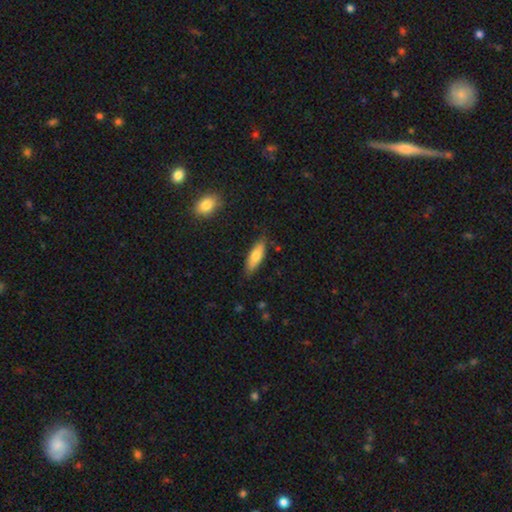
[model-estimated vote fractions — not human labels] Smooth or featured? smooth (73%)
How rounded? in between (56%)
Merging? none (82%)